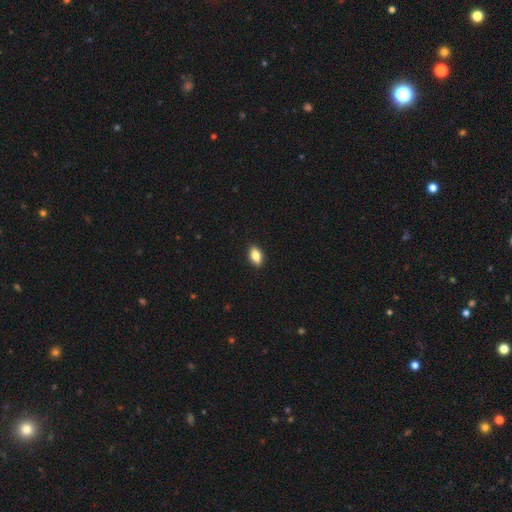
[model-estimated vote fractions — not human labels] The model was most divided on "smooth or featured": smooth: 82%, featured or disk: 10%, star or artifact: 7%. More confident: merging — none (90%); how rounded — in between (88%).